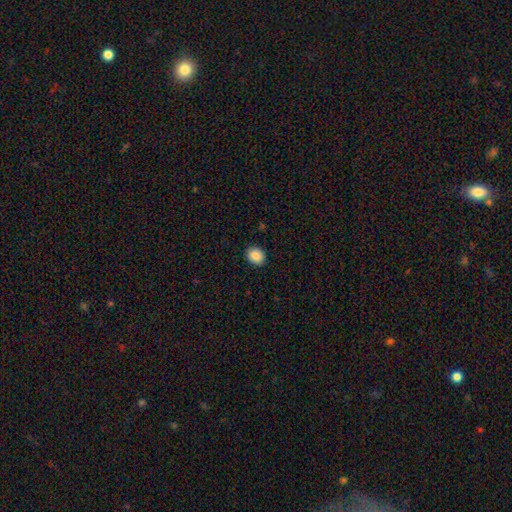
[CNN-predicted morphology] smooth 89%, star or artifact 8%, featured or disk 3%. Down the decision tree: how rounded — round (63%); merging — none (91%).